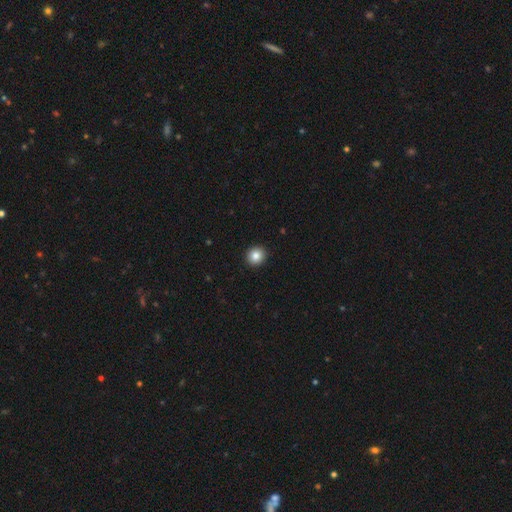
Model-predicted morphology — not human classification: This is clearly a smooth galaxy (85%). How rounded: clearly round (87%). Merging: clearly none (93%).